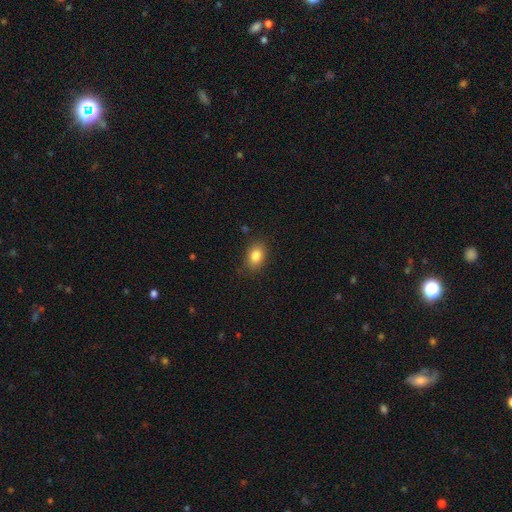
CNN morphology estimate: Smooth or featured: smooth — 84% (star or artifact — 9%)
How rounded: in between — 74% (round — 24%)
Merging: none — 81% (minor disturbance — 14%)